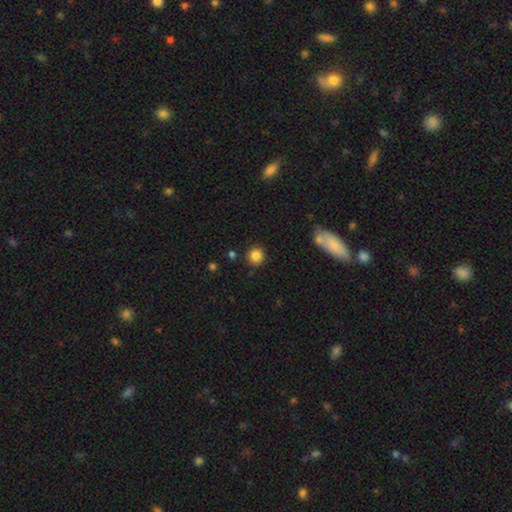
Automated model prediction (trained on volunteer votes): Smooth or featured? smooth (85%)
How rounded? round (92%)
Merging? none (88%)